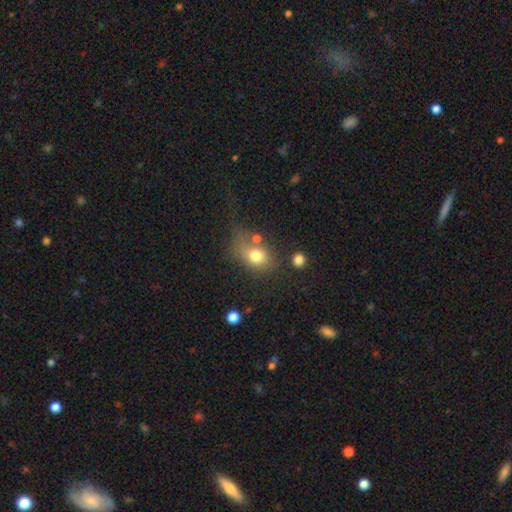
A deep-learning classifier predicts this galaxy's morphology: The model was most divided on "merging": none: 42%, minor disturbance: 23%, major disturbance: 20%, merger: 15%. More confident: smooth or featured — smooth (75%); how rounded — in between (60%).